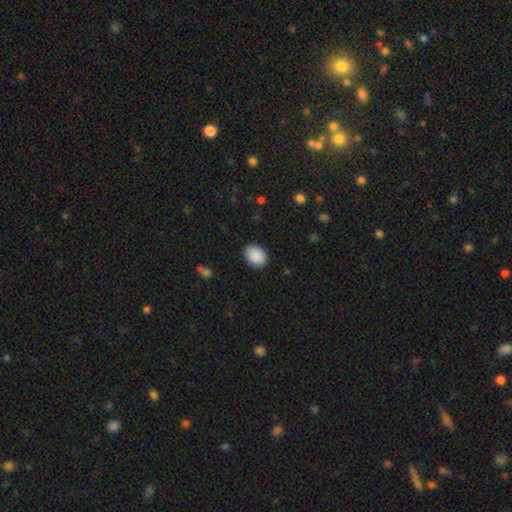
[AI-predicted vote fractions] Smooth or featured? Predicted: smooth (p=0.90). How rounded? Predicted: in between (p=0.67). Merging? Predicted: none (p=0.88).